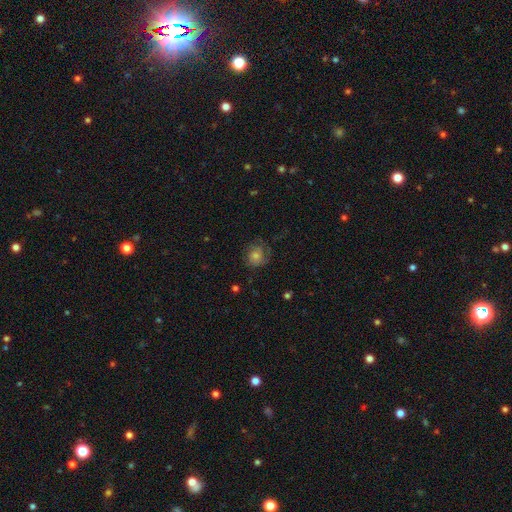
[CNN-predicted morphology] Smooth or featured?
  - featured or disk: 49% *
  - smooth: 38%
  - star or artifact: 13%
Merging?
  - none: 66% *
  - minor disturbance: 20%
  - major disturbance: 13%
  - merger: 1%